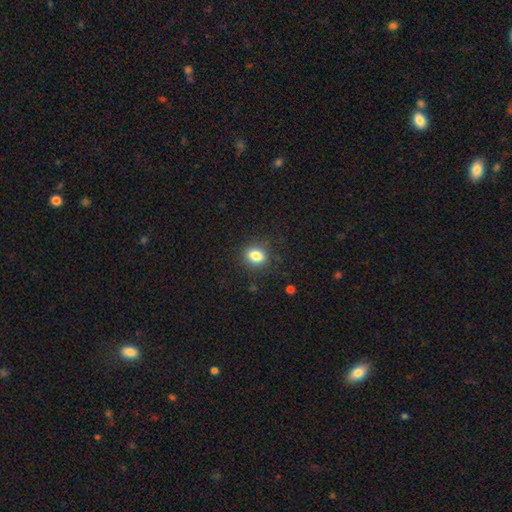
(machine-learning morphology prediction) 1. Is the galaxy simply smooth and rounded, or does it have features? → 83% smooth, 11% star or artifact, 6% featured or disk.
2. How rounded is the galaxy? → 52% in between, 47% round, 1% cigar-shaped.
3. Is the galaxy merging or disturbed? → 86% none, 10% minor disturbance, 3% major disturbance, 1% merger.